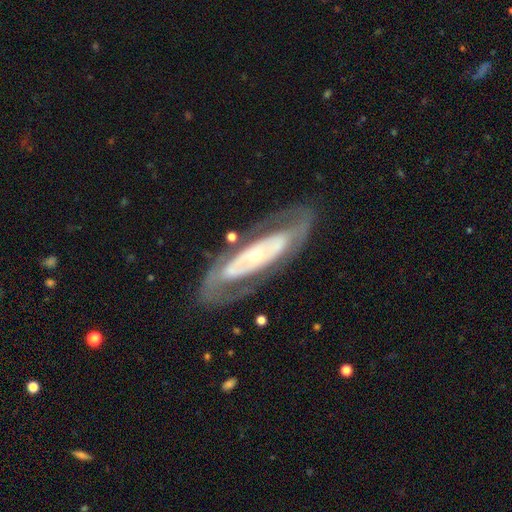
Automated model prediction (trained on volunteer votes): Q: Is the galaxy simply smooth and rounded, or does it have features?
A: featured or disk — 78%.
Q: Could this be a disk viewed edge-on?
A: no — 84%.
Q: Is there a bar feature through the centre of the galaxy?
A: no — 72%.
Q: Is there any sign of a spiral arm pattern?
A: yes — 53%.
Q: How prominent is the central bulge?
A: small — 64%.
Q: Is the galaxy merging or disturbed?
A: none — 75%.